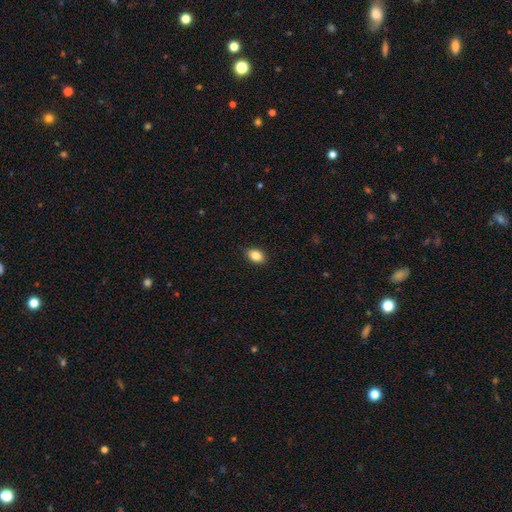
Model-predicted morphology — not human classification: Smooth or featured: smooth — 86% (star or artifact — 8%)
How rounded: in between — 84% (round — 15%)
Merging: none — 90% (minor disturbance — 8%)